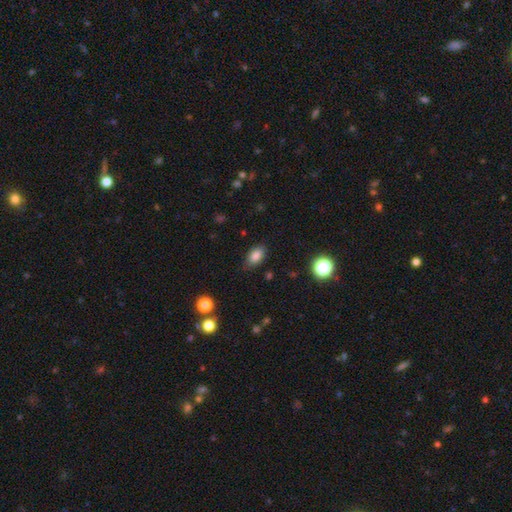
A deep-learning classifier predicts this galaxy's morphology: Overall: smooth (84%). How rounded: in between (89%). Merging: none (82%).